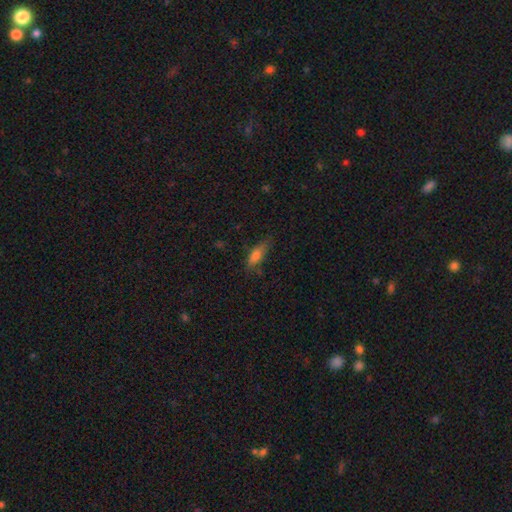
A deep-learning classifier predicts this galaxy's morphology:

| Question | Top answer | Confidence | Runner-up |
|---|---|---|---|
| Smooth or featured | smooth | 76% | featured or disk (16%) |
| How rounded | in between | 68% | cigar-shaped (29%) |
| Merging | none | 65% | minor disturbance (26%) |